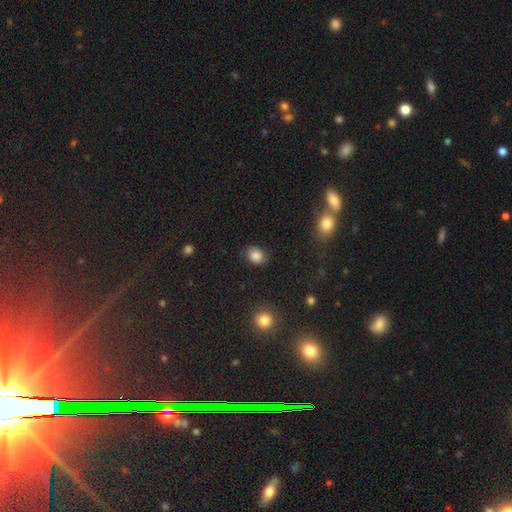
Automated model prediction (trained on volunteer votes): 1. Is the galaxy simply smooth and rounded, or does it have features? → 83% smooth, 10% star or artifact, 7% featured or disk.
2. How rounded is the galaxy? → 63% in between, 36% round, 1% cigar-shaped.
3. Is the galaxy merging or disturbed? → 79% none, 15% minor disturbance, 4% major disturbance, 2% merger.